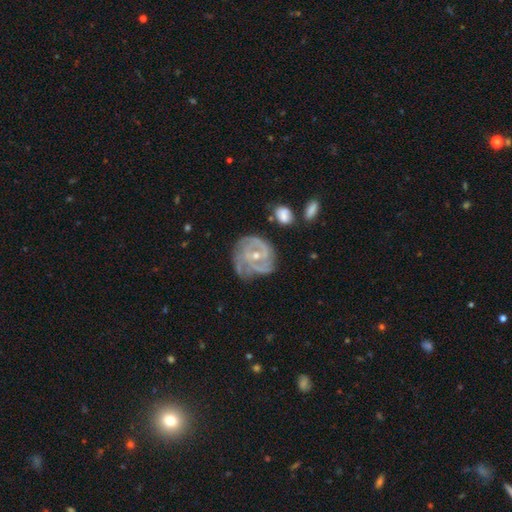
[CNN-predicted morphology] type=featured or disk (86%); edge-on=no (98%); bar=no (53%); spiral arms=yes (93%); winding=tight (59%); arm count=3 (33%); bulge=small (54%); merging=none (57%).